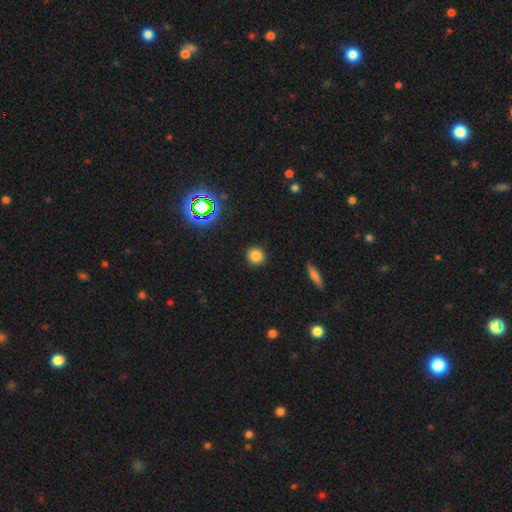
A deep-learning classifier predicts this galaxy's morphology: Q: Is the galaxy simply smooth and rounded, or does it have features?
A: smooth — 81%.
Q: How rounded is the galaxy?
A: round — 88%.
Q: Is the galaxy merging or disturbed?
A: none — 90%.